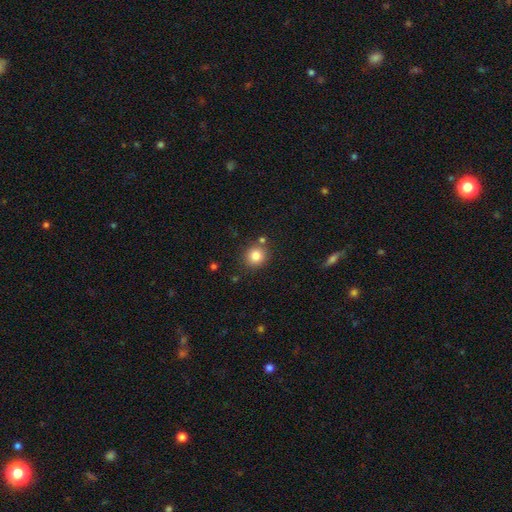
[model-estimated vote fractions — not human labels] smooth_or_featured: smooth (p=0.83) [alt: star or artifact p=0.11]
how_rounded: round (p=0.87) [alt: in between p=0.12]
merging: none (p=0.82) [alt: minor disturbance p=0.09]